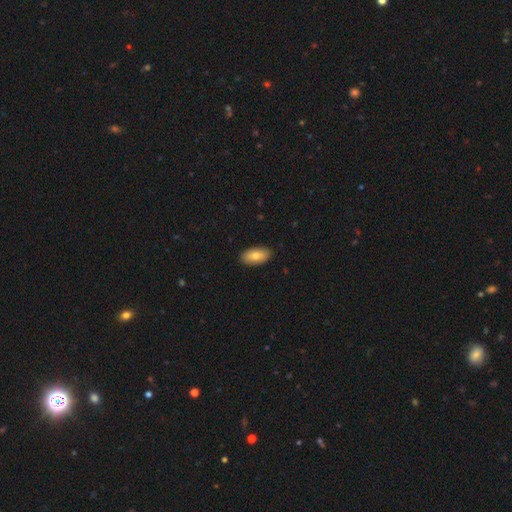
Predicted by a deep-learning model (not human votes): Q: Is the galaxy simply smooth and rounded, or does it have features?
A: smooth — 78%.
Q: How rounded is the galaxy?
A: in between — 92%.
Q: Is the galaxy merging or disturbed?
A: none — 89%.